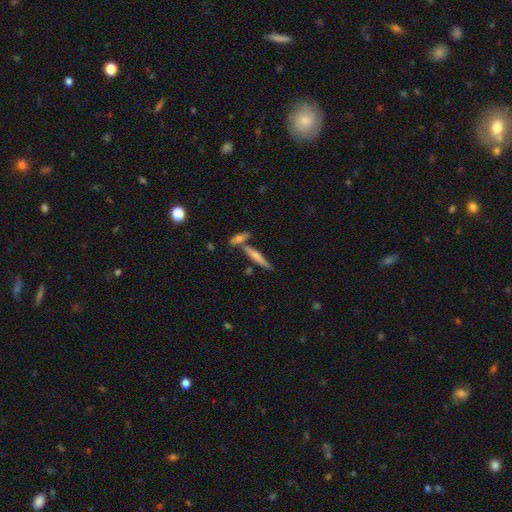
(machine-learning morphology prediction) smooth_or_featured: featured or disk (p=0.55) [alt: smooth p=0.36]
disk_edge_on: yes (p=0.95) [alt: no p=0.05]
edge_on_bulge: rounded (p=0.69) [alt: none p=0.22]
merging: none (p=0.69) [alt: merger p=0.21]